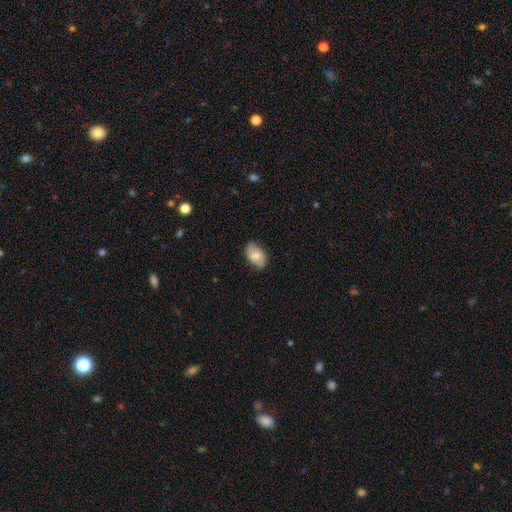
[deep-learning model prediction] Morphology: type=smooth (71%); roundness=in between (92%); merging=none (81%).